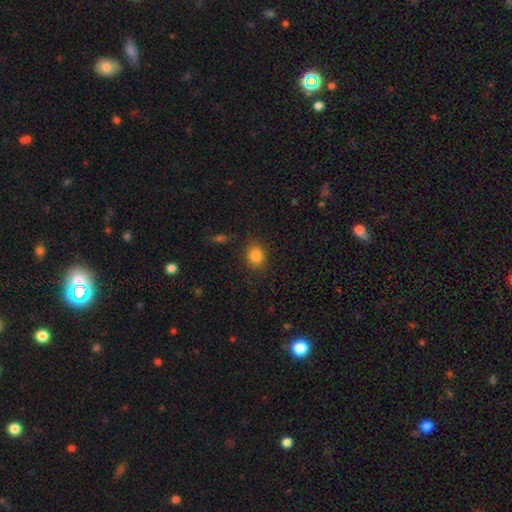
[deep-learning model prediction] Smooth or featured? Predicted: smooth (p=0.84). How rounded? Predicted: round (p=0.58). Merging? Predicted: none (p=0.85).